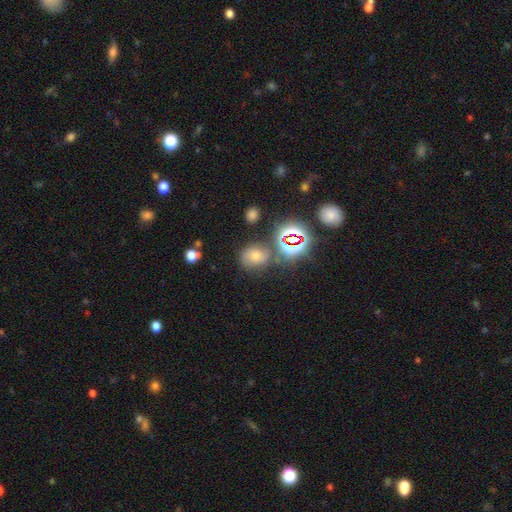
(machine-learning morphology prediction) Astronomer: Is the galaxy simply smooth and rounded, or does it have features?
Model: smooth — 45% (runner-up: star or artifact, 38%).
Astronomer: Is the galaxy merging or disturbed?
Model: none — 70%.